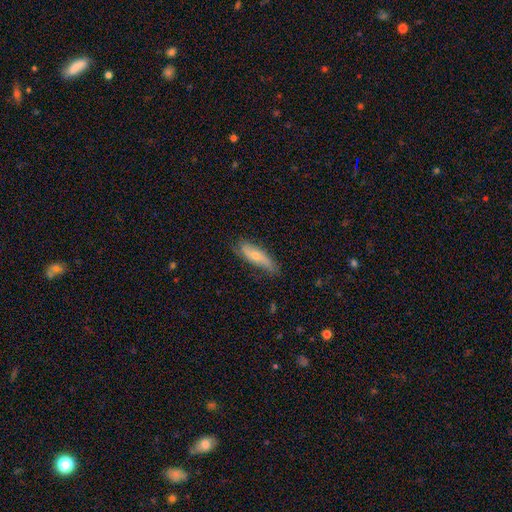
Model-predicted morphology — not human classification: This appears to be a smooth galaxy with no disk features (57%) that is cigar-shaped (55%). Merging: none (70%).